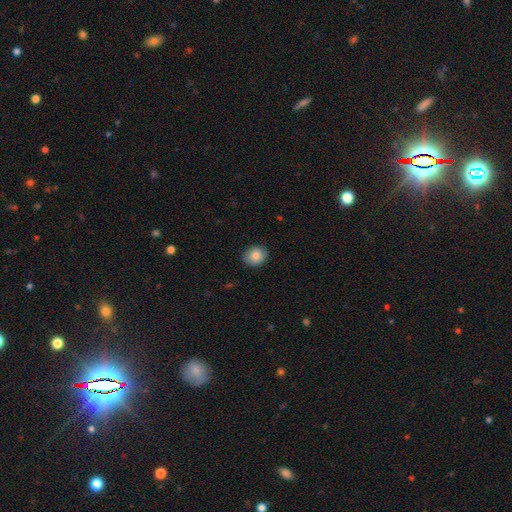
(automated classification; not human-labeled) Smooth or featured? smooth (84%)
How rounded? round (59%)
Merging? none (87%)